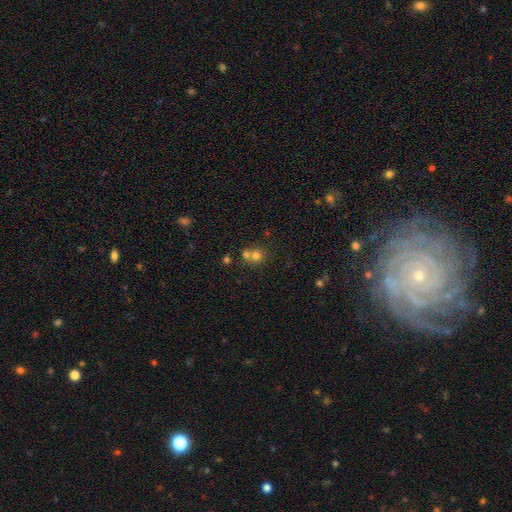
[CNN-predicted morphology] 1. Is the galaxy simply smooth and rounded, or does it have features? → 72% smooth, 15% star or artifact, 13% featured or disk.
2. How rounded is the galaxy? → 83% round, 16% in between, 1% cigar-shaped.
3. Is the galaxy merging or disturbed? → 49% merger, 42% none, 6% minor disturbance, 3% major disturbance.